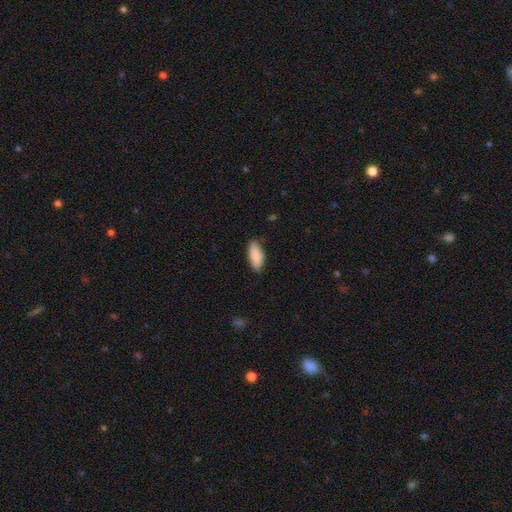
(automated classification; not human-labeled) smooth-or-featured: smooth: 88% | featured or disk: 6% | star or artifact: 6%
  how-rounded: in between: 84% | cigar-shaped: 14% | round: 2%
  merging: none: 82% | minor disturbance: 14% | major disturbance: 2% | merger: 1%